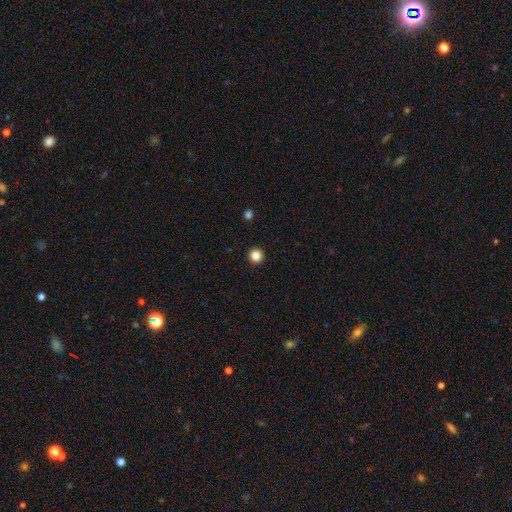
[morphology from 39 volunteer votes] Smooth or featured? 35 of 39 (90%) said smooth. How rounded? 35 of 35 (100%) said round. Merging? 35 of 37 (95%) said none.